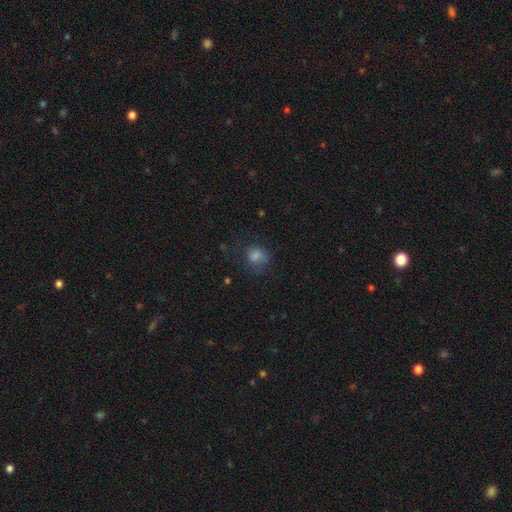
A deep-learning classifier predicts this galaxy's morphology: smooth_or_featured: smooth (p=0.72) [alt: star or artifact p=0.18]
how_rounded: round (p=0.72) [alt: in between p=0.27]
merging: none (p=0.64) [alt: minor disturbance p=0.20]